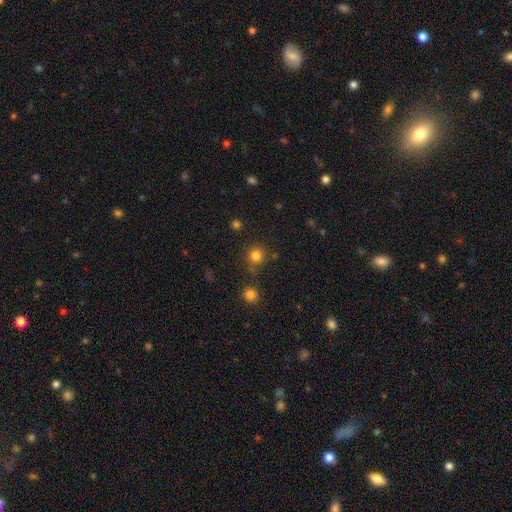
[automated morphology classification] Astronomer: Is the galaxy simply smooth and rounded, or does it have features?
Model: smooth — 81%.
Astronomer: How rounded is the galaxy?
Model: round — 92%.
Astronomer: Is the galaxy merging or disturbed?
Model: none — 81%.